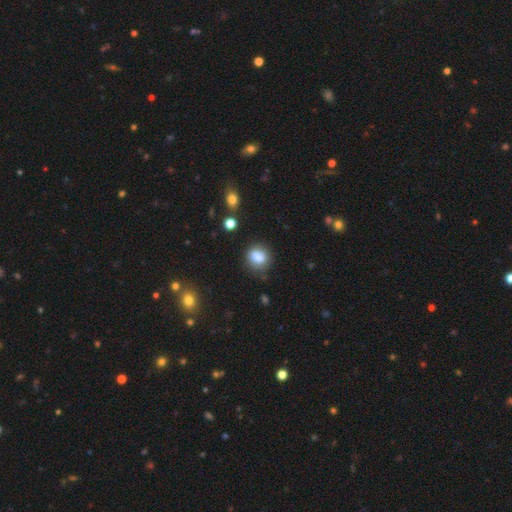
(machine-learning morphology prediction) Smooth or featured?
  - smooth: 82% *
  - star or artifact: 9%
  - featured or disk: 9%
How rounded?
  - round: 62% *
  - in between: 37%
  - cigar-shaped: 1%
Merging?
  - none: 75% *
  - minor disturbance: 15%
  - merger: 5%
  - major disturbance: 4%